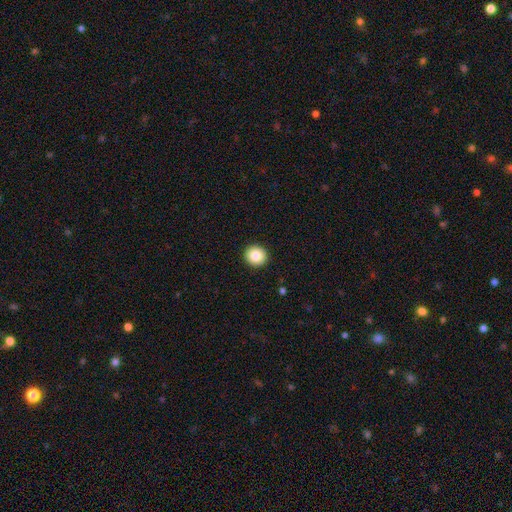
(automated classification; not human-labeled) Overall: smooth (85%). How rounded: round (93%). Merging: none (93%).